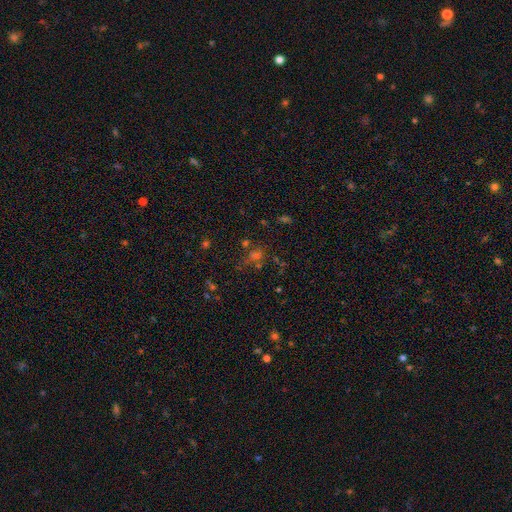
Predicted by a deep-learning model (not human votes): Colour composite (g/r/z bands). It shows a star or artifact, not a galaxy (48%).